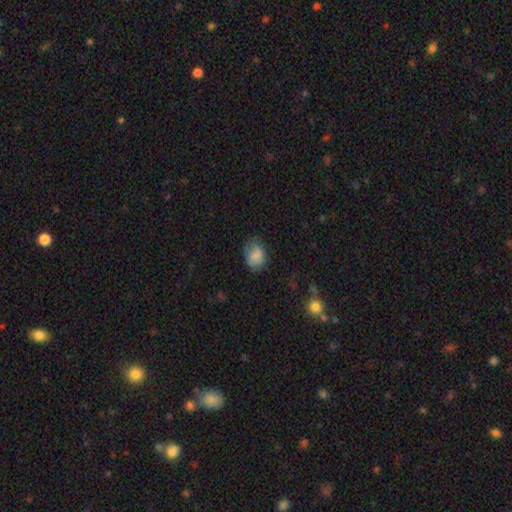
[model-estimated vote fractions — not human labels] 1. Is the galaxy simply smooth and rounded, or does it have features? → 83% smooth, 9% featured or disk, 9% star or artifact.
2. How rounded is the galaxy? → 60% in between, 39% round, 1% cigar-shaped.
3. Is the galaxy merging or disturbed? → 64% none, 27% minor disturbance, 8% major disturbance, 1% merger.